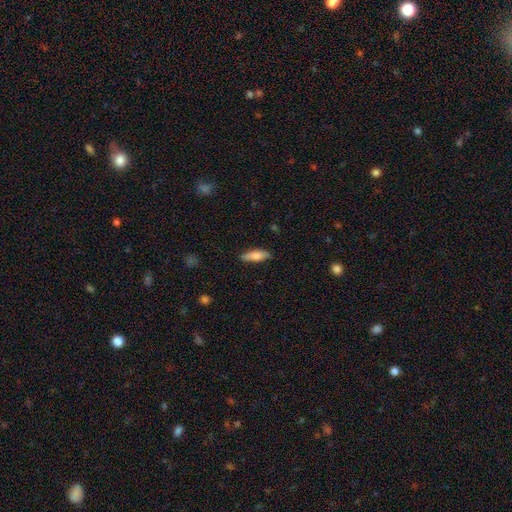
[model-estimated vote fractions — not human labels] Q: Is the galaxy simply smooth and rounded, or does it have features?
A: smooth — 76%.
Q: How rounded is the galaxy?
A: in between — 59%.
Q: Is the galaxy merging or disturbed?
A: none — 81%.